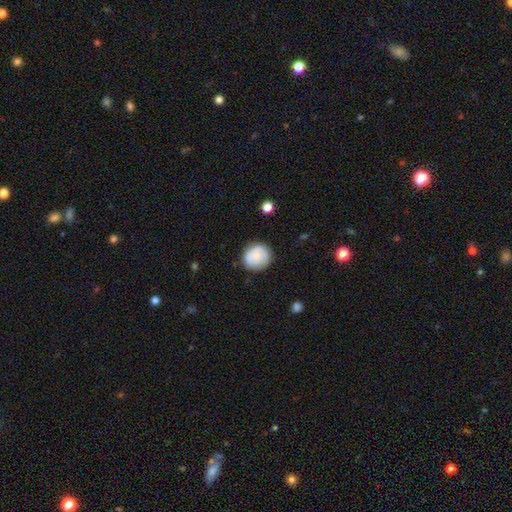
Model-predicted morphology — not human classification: A smooth galaxy with no disk features (70%) that is round (84%). Merging: none (80%).